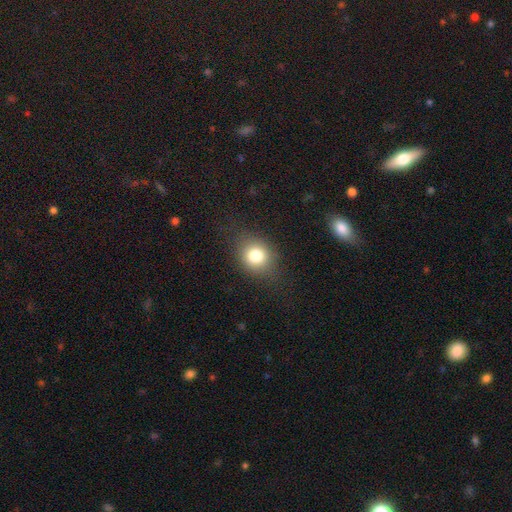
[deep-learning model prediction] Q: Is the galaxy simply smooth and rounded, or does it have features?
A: smooth — 79%.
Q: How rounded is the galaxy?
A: round — 62%.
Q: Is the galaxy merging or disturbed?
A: none — 79%.